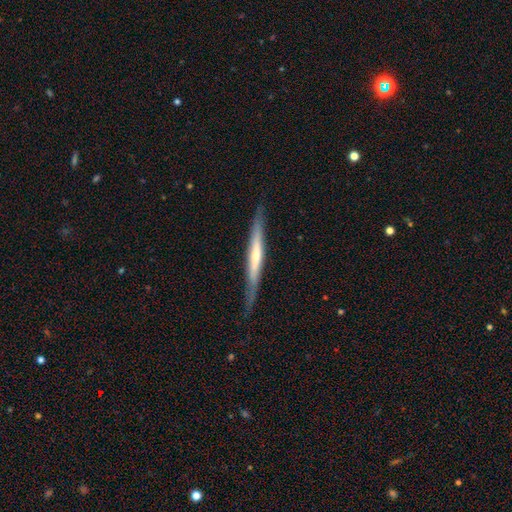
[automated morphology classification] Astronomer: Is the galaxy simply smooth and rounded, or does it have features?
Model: featured or disk — 62%.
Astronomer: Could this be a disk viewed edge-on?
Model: yes — 94%.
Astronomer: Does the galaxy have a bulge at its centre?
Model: rounded — 50% (runner-up: none, 43%).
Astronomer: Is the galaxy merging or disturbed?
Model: none — 82%.